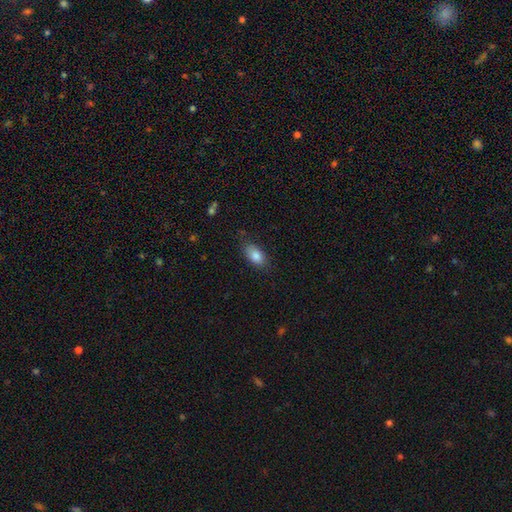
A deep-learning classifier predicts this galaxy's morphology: Overall: smooth (83%). How rounded: in between (90%). Merging: none (77%).